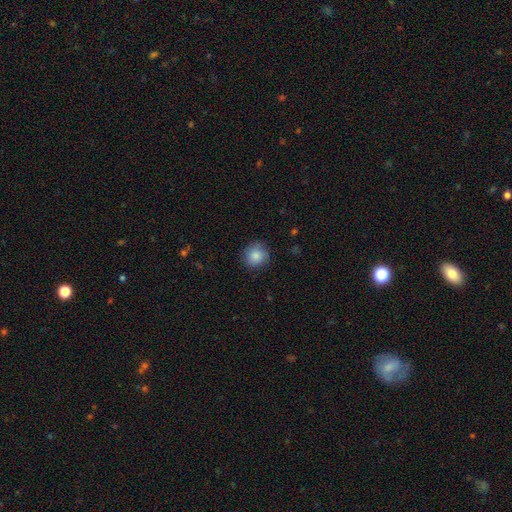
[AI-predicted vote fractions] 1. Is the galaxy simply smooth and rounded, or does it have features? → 86% smooth, 8% star or artifact, 6% featured or disk.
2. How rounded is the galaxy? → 90% round, 9% in between, 1% cigar-shaped.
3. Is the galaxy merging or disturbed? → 85% none, 11% minor disturbance, 3% major disturbance, 1% merger.